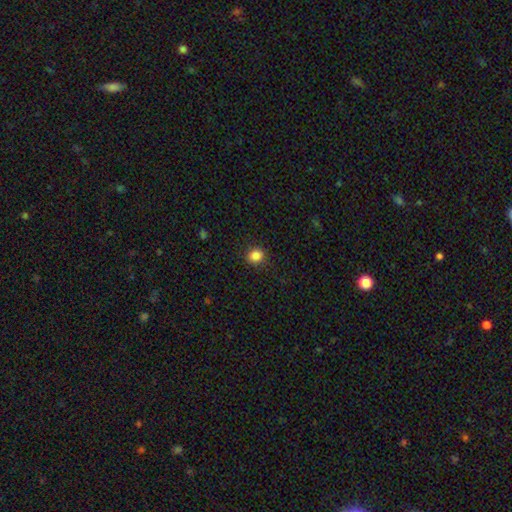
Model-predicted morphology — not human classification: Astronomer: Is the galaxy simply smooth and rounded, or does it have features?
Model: smooth — 86%.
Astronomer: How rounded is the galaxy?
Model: round — 79%.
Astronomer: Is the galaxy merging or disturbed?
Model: none — 89%.